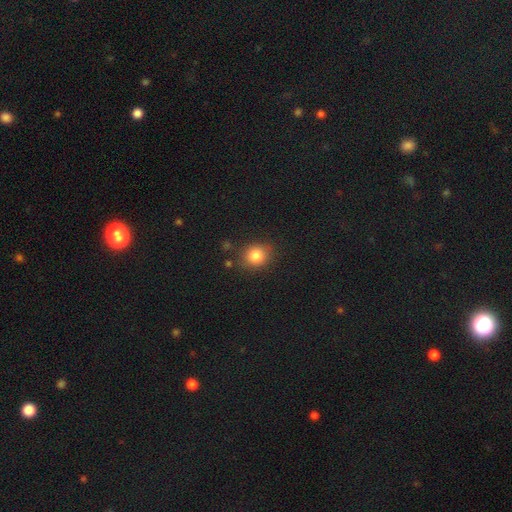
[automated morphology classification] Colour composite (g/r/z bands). It shows a smooth galaxy with no disk features (83%) that is round (77%). Merging: none (84%).